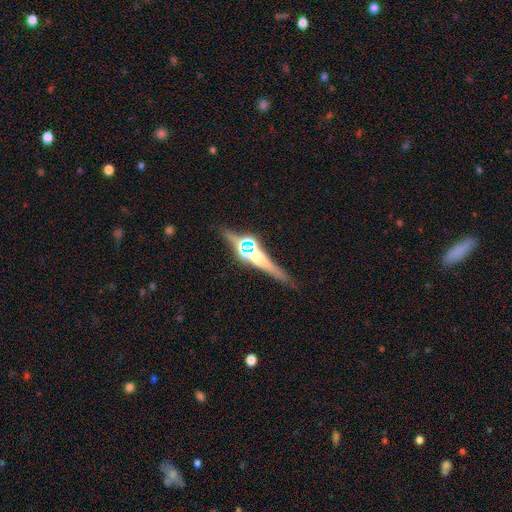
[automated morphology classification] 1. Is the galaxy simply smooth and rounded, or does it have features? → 48% featured or disk, 31% smooth, 21% star or artifact.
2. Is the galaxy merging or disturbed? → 75% none, 13% minor disturbance, 8% merger, 5% major disturbance.